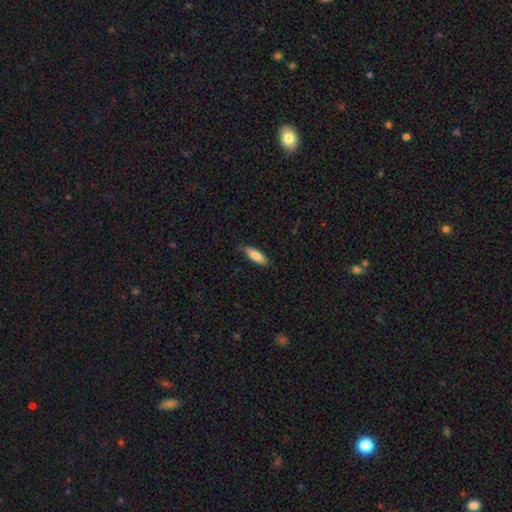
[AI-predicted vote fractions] Smooth or featured?
  - smooth: 77% *
  - featured or disk: 17%
  - star or artifact: 6%
How rounded?
  - in between: 52% *
  - cigar-shaped: 46%
  - round: 2%
Merging?
  - none: 75% *
  - minor disturbance: 21%
  - major disturbance: 3%
  - merger: 1%